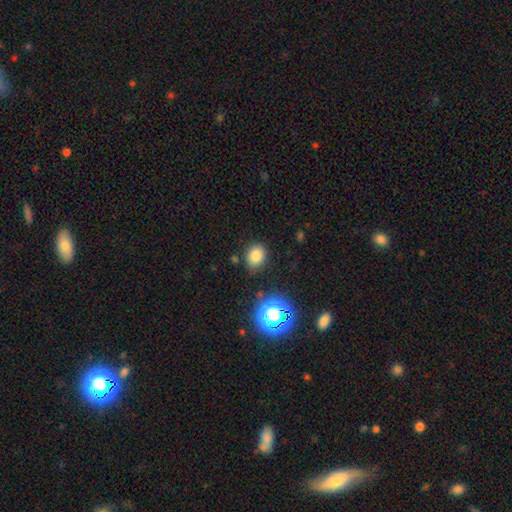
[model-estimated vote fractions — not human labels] smooth 79%, star or artifact 15%, featured or disk 6%. Down the decision tree: how rounded — round (62%); merging — none (83%).